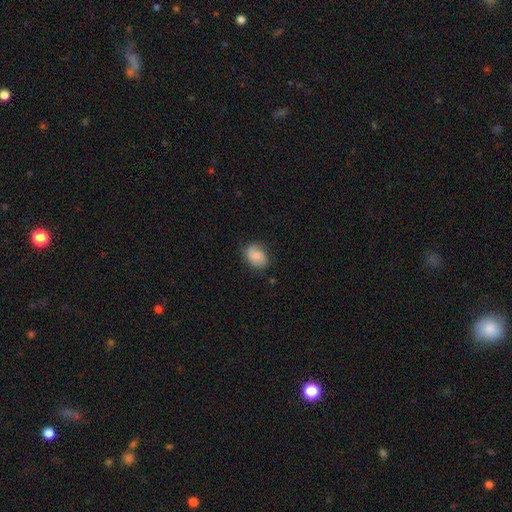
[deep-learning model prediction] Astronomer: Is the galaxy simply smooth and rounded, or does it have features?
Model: smooth — 76%.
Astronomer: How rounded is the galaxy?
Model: in between — 68%.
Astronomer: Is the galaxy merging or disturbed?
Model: none — 71%.